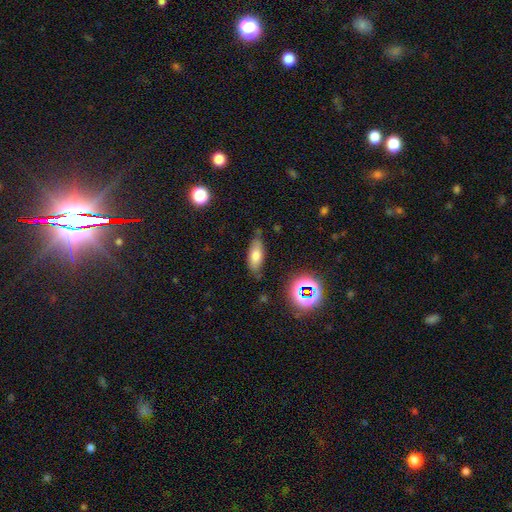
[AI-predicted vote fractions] smooth_or_featured: smooth (p=0.71) [alt: featured or disk p=0.18]
how_rounded: in between (p=0.73) [alt: cigar-shaped p=0.23]
merging: none (p=0.71) [alt: minor disturbance p=0.21]